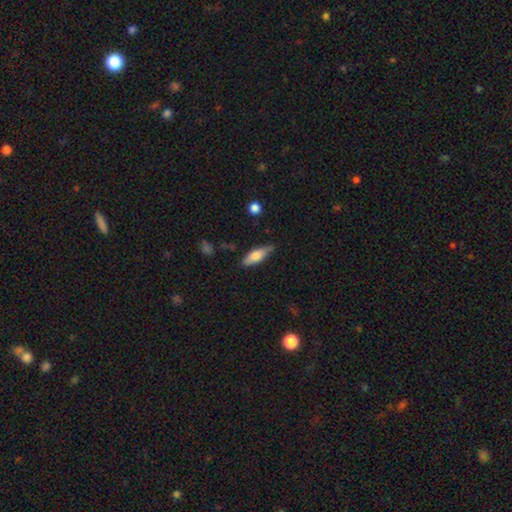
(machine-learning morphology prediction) Smooth or featured: smooth — 67% (featured or disk — 27%)
How rounded: in between — 58% (cigar-shaped — 40%)
Merging: none — 76% (minor disturbance — 18%)